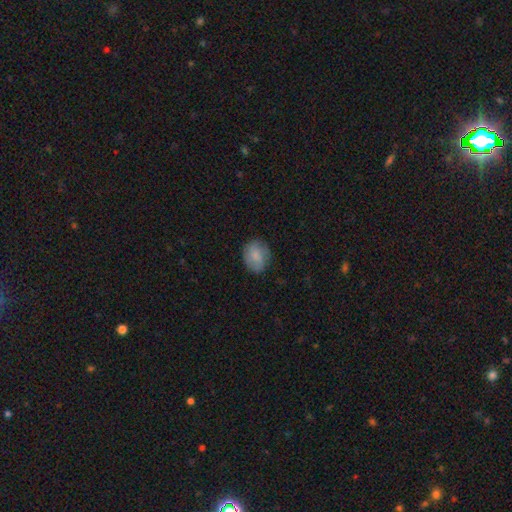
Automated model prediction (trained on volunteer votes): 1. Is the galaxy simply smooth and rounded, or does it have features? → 78% smooth, 15% featured or disk, 7% star or artifact.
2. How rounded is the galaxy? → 56% in between, 43% round, 1% cigar-shaped.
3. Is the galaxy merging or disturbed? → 77% none, 17% minor disturbance, 4% major disturbance, 1% merger.